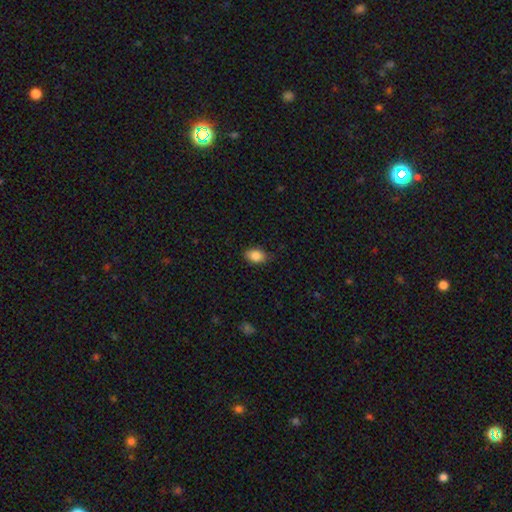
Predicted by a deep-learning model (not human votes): Smooth or featured: smooth — 86% (star or artifact — 8%)
How rounded: in between — 83% (round — 16%)
Merging: none — 80% (minor disturbance — 16%)